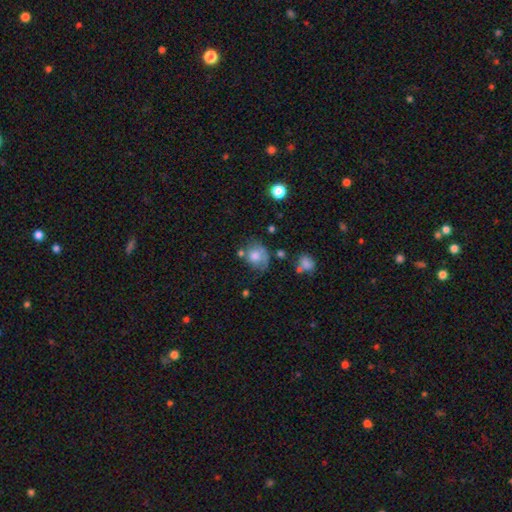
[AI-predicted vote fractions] Morphology: type=smooth (67%); roundness=round (63%); merging=none (41%).